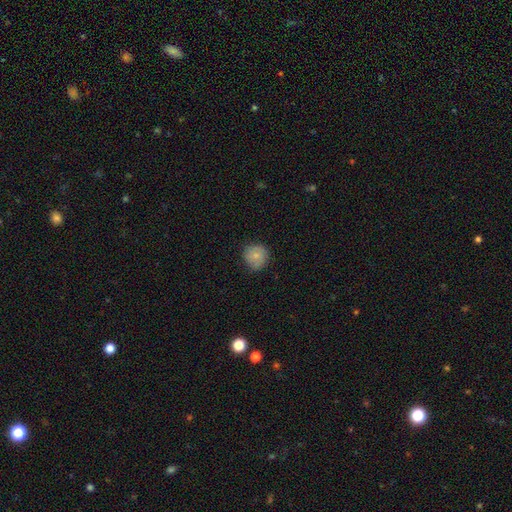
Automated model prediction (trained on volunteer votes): smooth_or_featured: smooth (p=0.79) [alt: featured or disk p=0.13]
how_rounded: round (p=0.91) [alt: in between p=0.08]
merging: none (p=0.72) [alt: minor disturbance p=0.23]